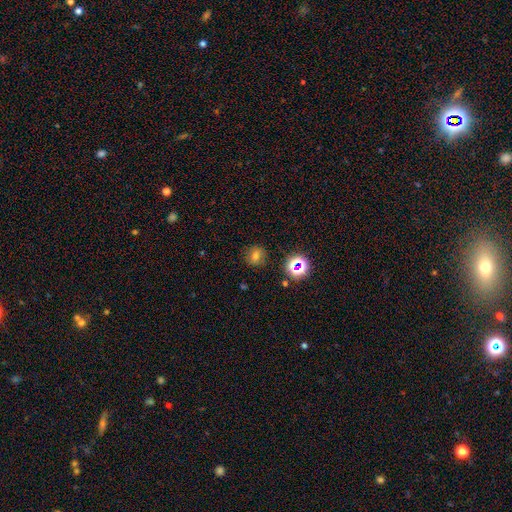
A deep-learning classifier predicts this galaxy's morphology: smooth_or_featured: smooth (p=0.68) [alt: star or artifact p=0.22]
how_rounded: round (p=0.81) [alt: in between p=0.18]
merging: none (p=0.86) [alt: minor disturbance p=0.09]